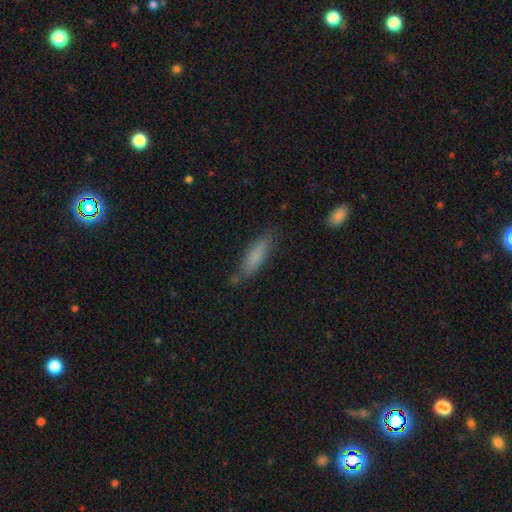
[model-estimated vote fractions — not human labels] Smooth or featured: smooth — 81% (featured or disk — 12%)
How rounded: cigar-shaped — 65% (in between — 33%)
Merging: none — 77% (minor disturbance — 16%)